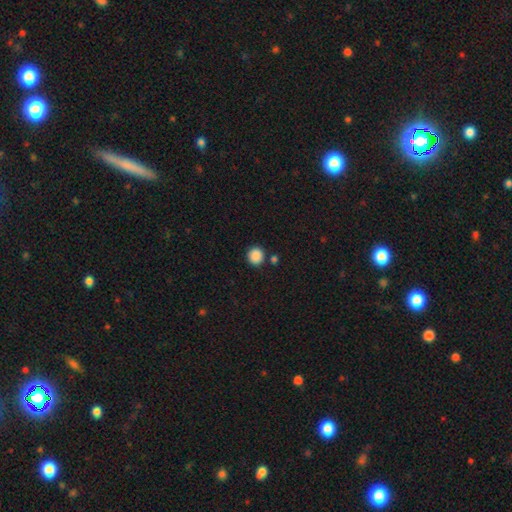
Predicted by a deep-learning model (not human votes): This appears to be a smooth galaxy with no disk features (88%) that is round (90%). Merging: none (84%).